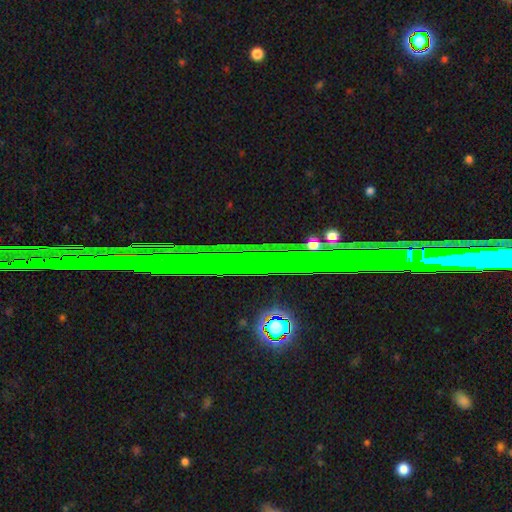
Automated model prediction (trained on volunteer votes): A star or artifact, not a galaxy (76%).